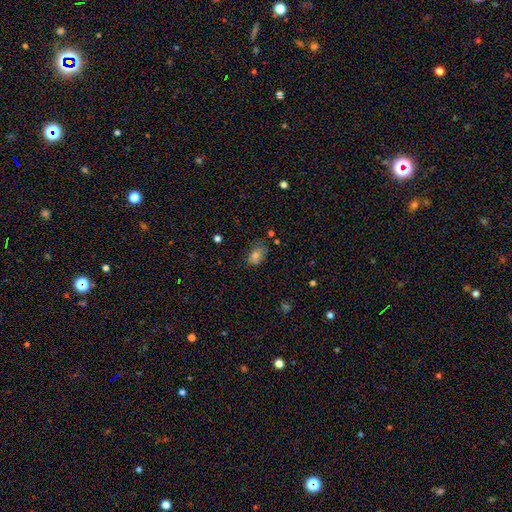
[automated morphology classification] type=smooth (68%); roundness=in between (80%); merging=none (66%).